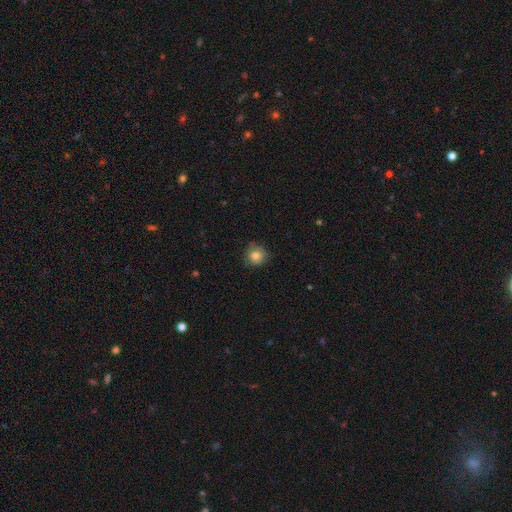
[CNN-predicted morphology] Overall: smooth (80%). How rounded: round (90%). Merging: none (75%).